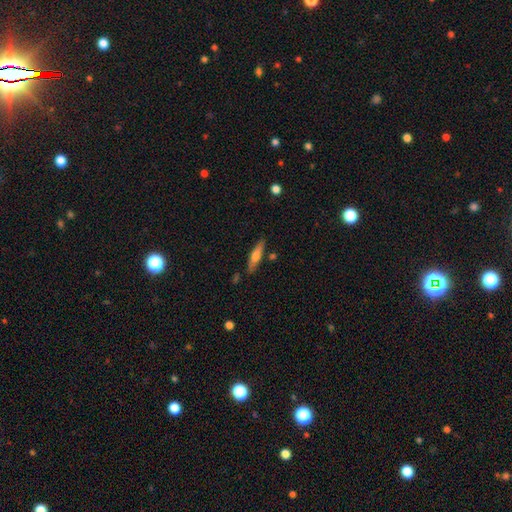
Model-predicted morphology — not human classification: Smooth or featured? Predicted: smooth (p=0.55). How rounded? Predicted: cigar-shaped (p=0.80). Merging? Predicted: none (p=0.82).